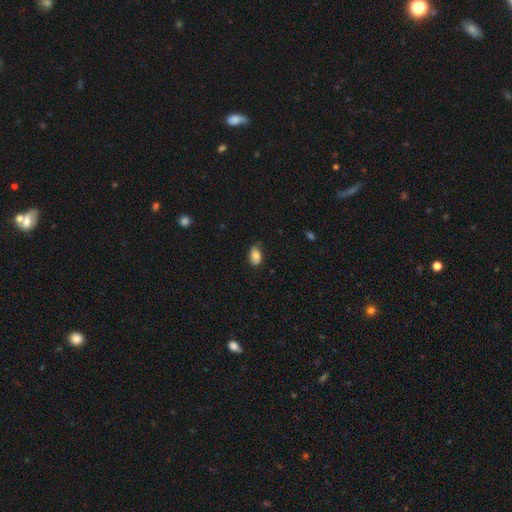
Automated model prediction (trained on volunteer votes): smooth 76%, featured or disk 15%, star or artifact 8%. Down the decision tree: how rounded — in between (86%); merging — none (65%).